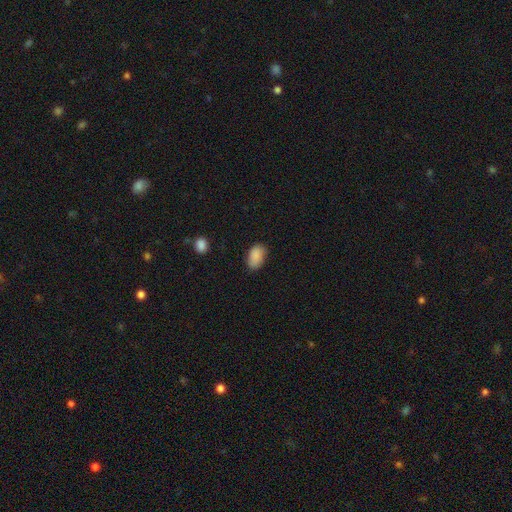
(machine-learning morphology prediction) Smooth or featured? Predicted: smooth (p=0.89). How rounded? Predicted: in between (p=0.92). Merging? Predicted: none (p=0.78).